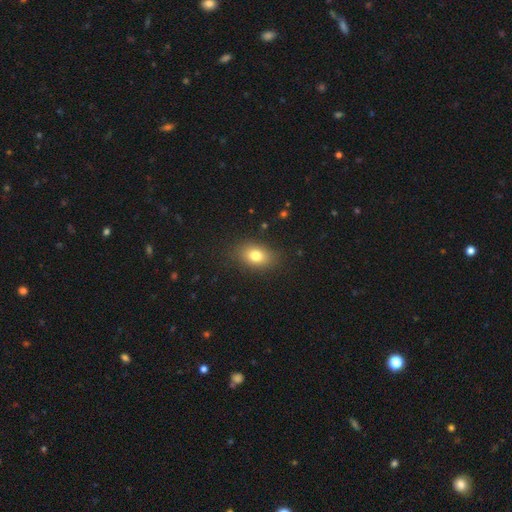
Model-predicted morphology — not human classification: Q: Smooth or featured?
A: smooth (78%); runner-up: star or artifact (11%)
Q: How rounded?
A: in between (77%); runner-up: round (21%)
Q: Merging?
A: none (85%); runner-up: minor disturbance (10%)